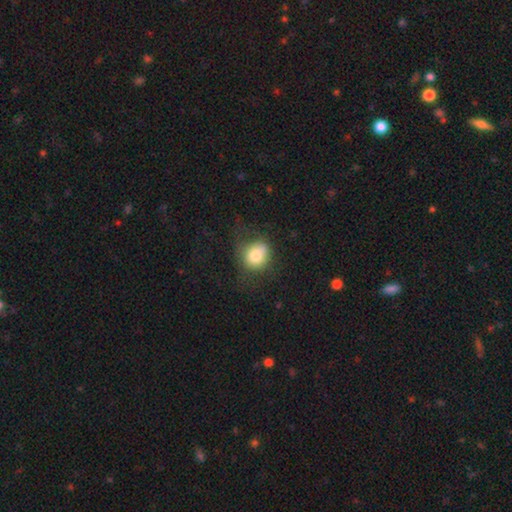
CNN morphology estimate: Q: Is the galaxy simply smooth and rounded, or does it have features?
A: smooth — 78%.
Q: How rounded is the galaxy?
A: round — 79%.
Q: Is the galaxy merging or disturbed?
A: none — 60%.